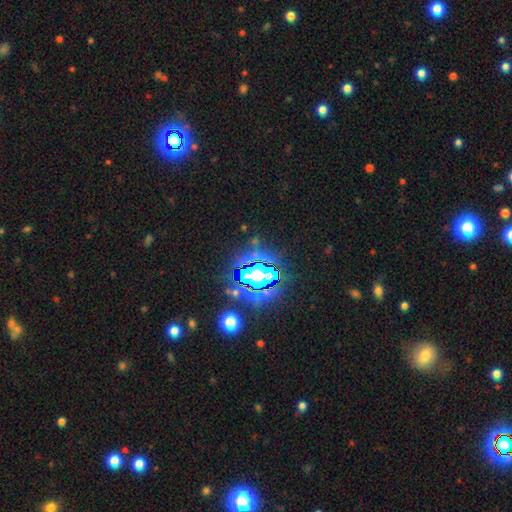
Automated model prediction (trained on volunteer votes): A star or artifact, not a galaxy (84%).

Vote fractions:
- Smooth or featured? star or artifact: 84% / smooth: 10% / featured or disk: 6%